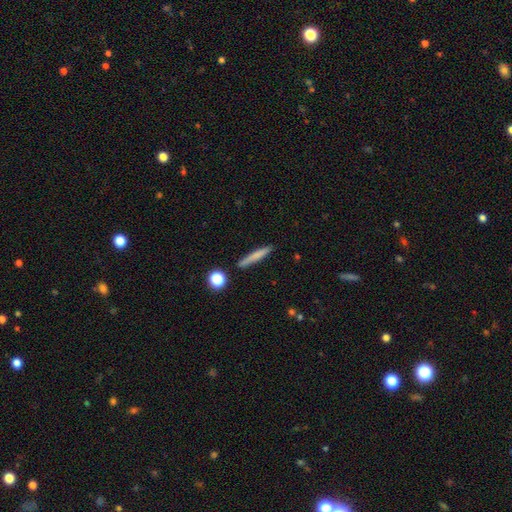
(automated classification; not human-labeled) smooth-or-featured: smooth: 71% | featured or disk: 21% | star or artifact: 7%
  how-rounded: cigar-shaped: 94% | in between: 4% | round: 2%
  merging: none: 88% | minor disturbance: 7% | merger: 2% | major disturbance: 2%